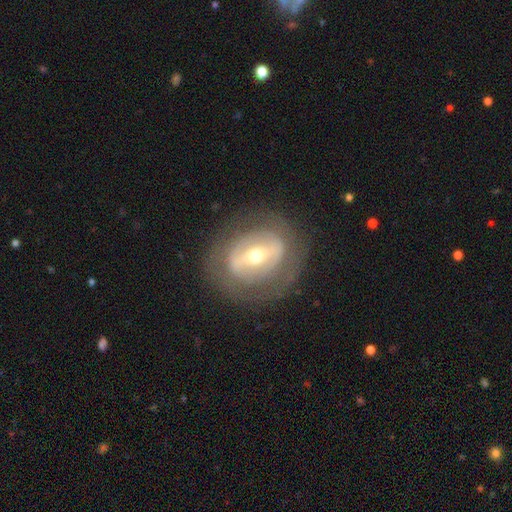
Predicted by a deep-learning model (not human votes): smooth_or_featured: featured or disk (p=0.72) [alt: smooth p=0.21]
disk_edge_on: no (p=0.92) [alt: yes p=0.08]
bar: strong (p=0.50) [alt: weak p=0.30]
has_spiral_arms: no (p=0.64) [alt: yes p=0.36]
bulge_size: moderate (p=0.54) [alt: small p=0.40]
merging: none (p=0.77) [alt: minor disturbance p=0.13]